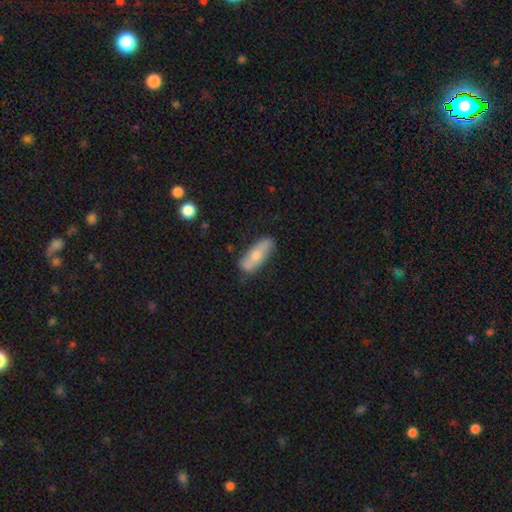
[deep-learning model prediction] Morphology: type=smooth (61%); roundness=in between (63%); merging=none (75%).